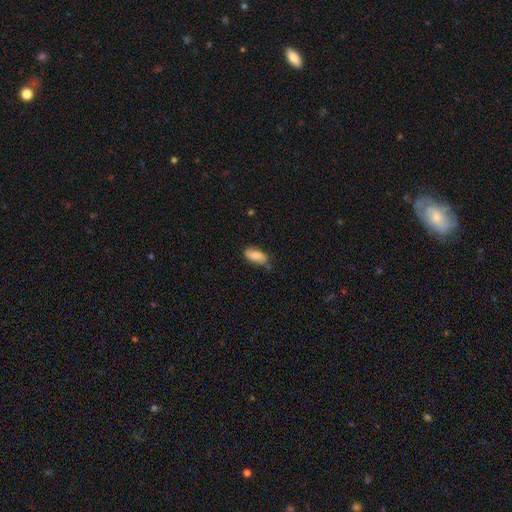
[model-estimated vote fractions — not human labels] Smooth or featured?
  - smooth: 67% *
  - featured or disk: 25%
  - star or artifact: 8%
How rounded?
  - in between: 88% *
  - cigar-shaped: 8%
  - round: 4%
Merging?
  - none: 65% *
  - minor disturbance: 25%
  - major disturbance: 5%
  - merger: 5%